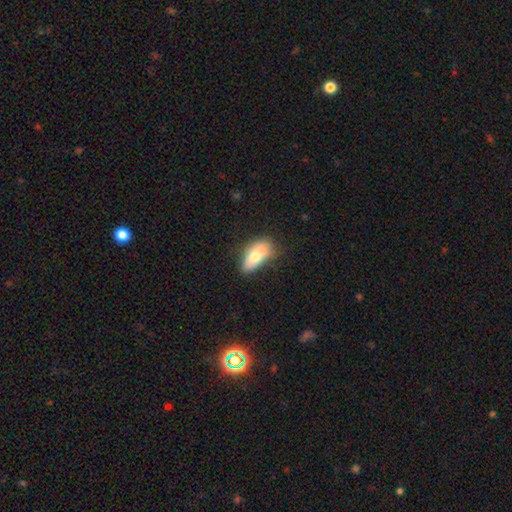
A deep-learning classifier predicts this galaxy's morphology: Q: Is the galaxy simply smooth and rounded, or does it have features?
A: smooth — 74%.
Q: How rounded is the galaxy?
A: in between — 86%.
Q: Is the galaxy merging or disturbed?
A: none — 59%.